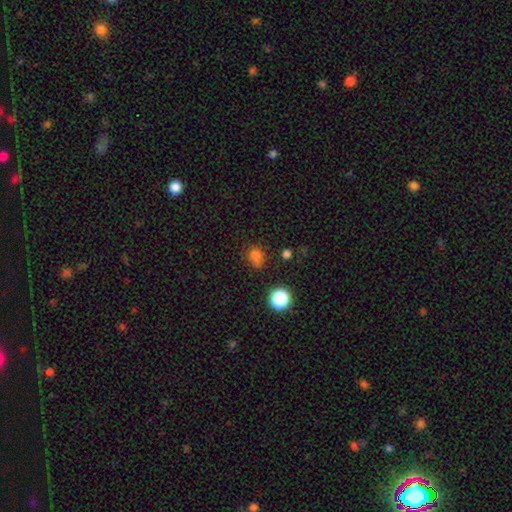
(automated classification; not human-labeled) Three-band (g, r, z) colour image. It shows a smooth galaxy with no disk features (76%) that is round (69%). Merging: none (58%).